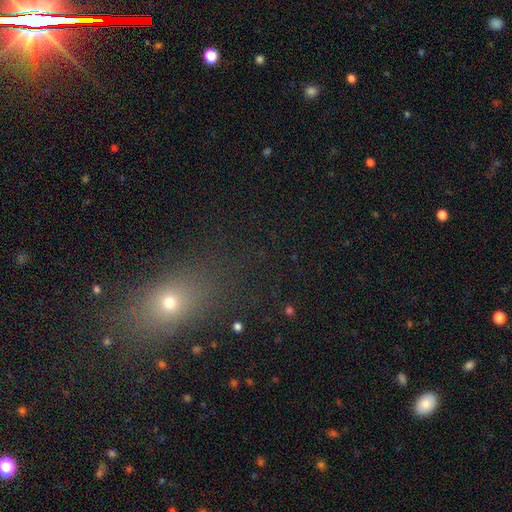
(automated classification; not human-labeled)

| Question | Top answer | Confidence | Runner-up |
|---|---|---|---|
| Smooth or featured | smooth | 52% | star or artifact (36%) |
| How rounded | in between | 56% | round (37%) |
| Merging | none | 84% | minor disturbance (9%) |